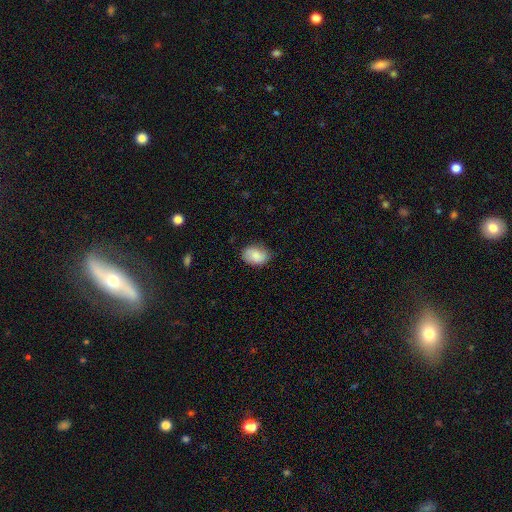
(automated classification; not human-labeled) Morphology: type=smooth (81%); roundness=in between (79%); merging=none (76%).